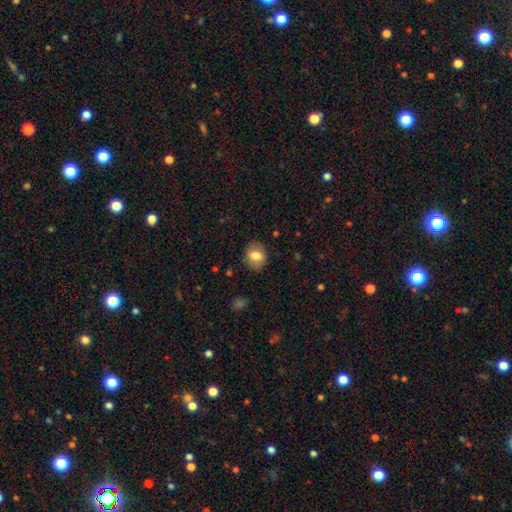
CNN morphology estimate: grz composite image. It shows a smooth galaxy with no disk features (76%) that is round (57%). Merging: none (84%).